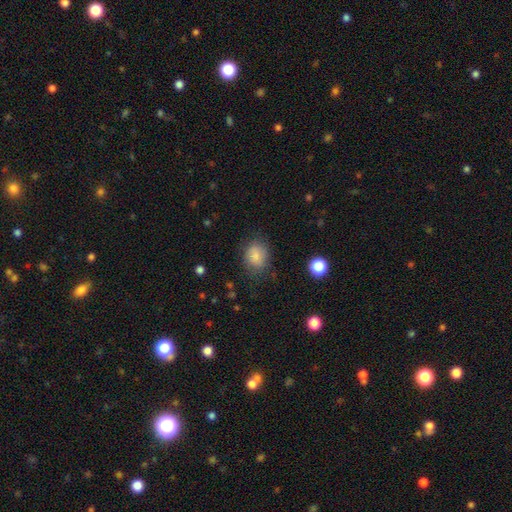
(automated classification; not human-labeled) The model was most divided on "how rounded": in between: 51%, round: 47%, cigar-shaped: 1%. More confident: smooth or featured — smooth (82%); merging — none (73%).